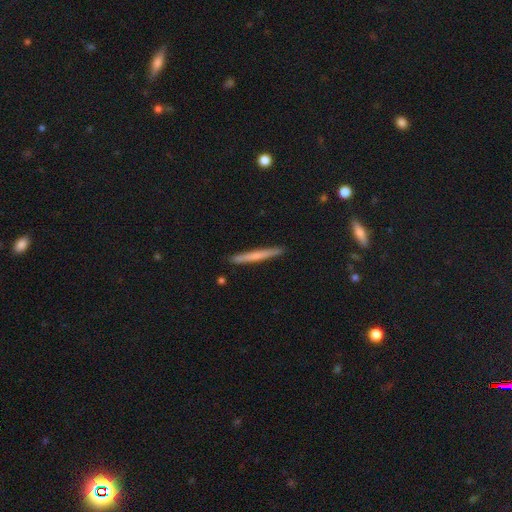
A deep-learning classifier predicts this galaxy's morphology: The model was most divided on "smooth or featured": smooth: 54%, featured or disk: 40%, star or artifact: 6%. More confident: how rounded — cigar-shaped (97%); merging — none (92%).